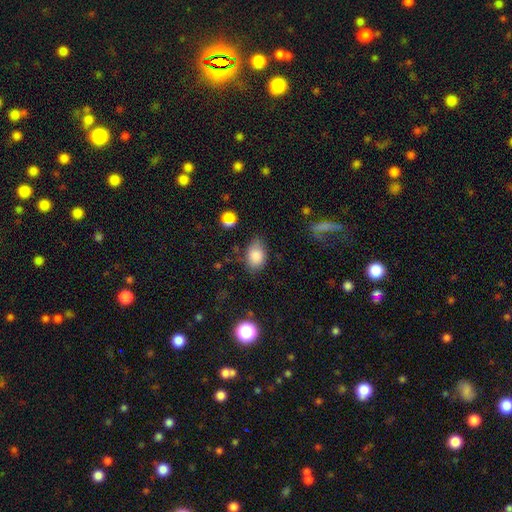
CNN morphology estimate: smooth_or_featured: smooth (p=0.84) [alt: star or artifact p=0.09]
how_rounded: in between (p=0.80) [alt: round p=0.18]
merging: none (p=0.68) [alt: minor disturbance p=0.23]